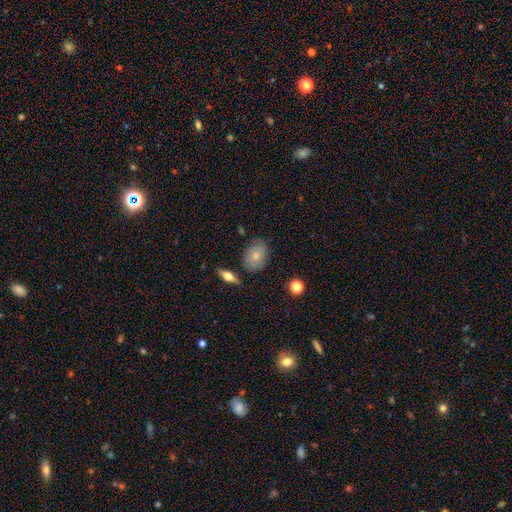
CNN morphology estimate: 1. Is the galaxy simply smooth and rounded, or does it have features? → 68% smooth, 25% featured or disk, 8% star or artifact.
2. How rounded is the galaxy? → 76% in between, 22% round, 2% cigar-shaped.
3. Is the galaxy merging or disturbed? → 77% none, 17% minor disturbance, 4% major disturbance, 3% merger.